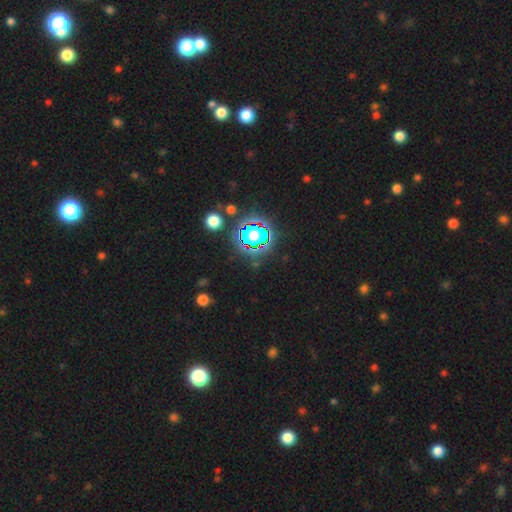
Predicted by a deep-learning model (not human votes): A star or artifact, not a galaxy (79%).

Vote fractions:
- Smooth or featured? star or artifact: 79% / smooth: 13% / featured or disk: 8%